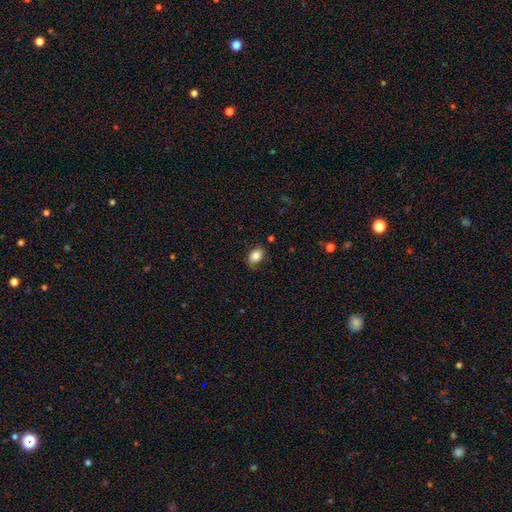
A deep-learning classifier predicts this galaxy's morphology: This appears to be a smooth galaxy with no disk features (85%) that is in between round and cigar-shaped (86%). Merging: none (84%).